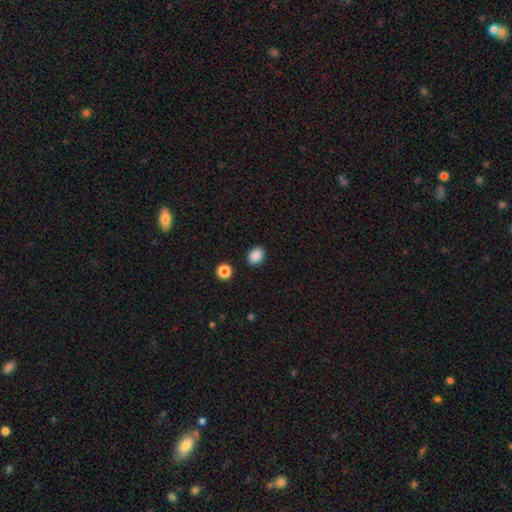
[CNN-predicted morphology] This is clearly a smooth galaxy (87%). How rounded: possibly in between (57%). Merging: clearly none (88%).